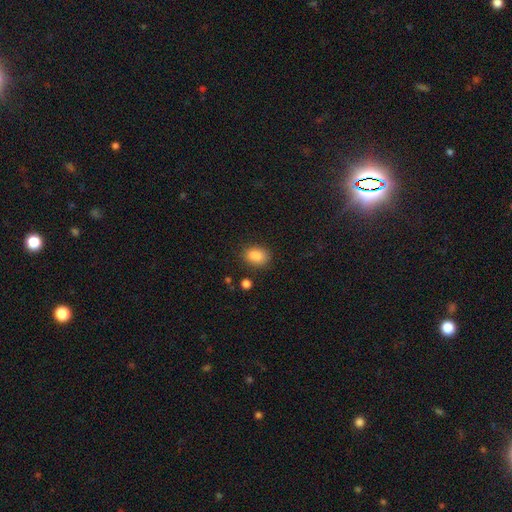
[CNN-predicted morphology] The model was most divided on "how rounded": in between: 77%, round: 21%, cigar-shaped: 1%. More confident: smooth or featured — smooth (87%); merging — none (79%).